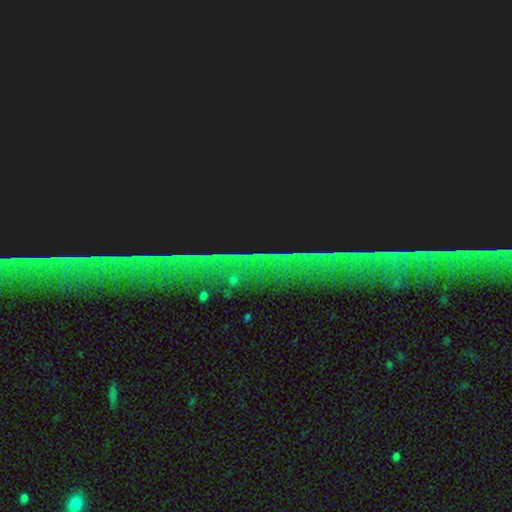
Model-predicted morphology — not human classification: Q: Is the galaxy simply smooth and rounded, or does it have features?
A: star or artifact — 87%.